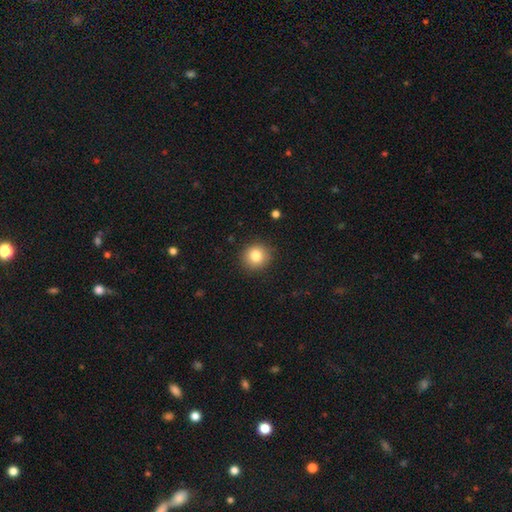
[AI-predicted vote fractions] Morphology: type=smooth (82%); roundness=round (89%); merging=none (90%).